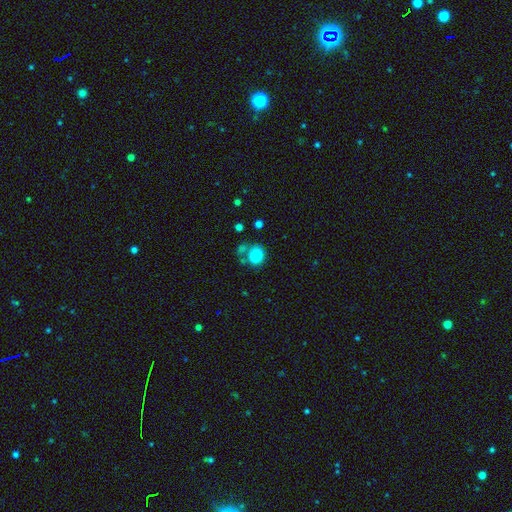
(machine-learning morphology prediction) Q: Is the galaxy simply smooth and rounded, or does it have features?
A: smooth — 84%.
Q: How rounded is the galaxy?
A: round — 65%.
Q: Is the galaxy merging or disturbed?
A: none — 51%.